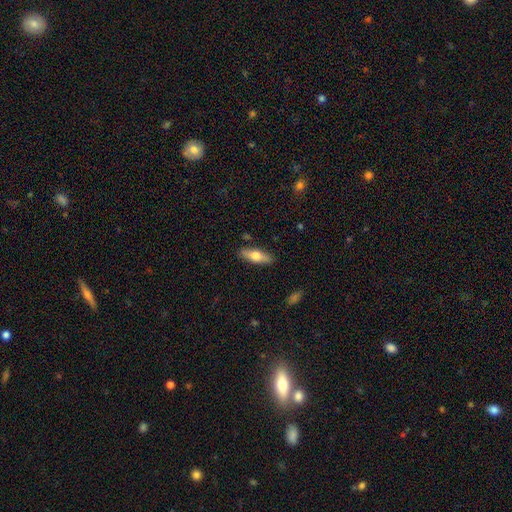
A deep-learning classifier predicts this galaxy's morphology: type=smooth (58%); roundness=in between (52%); merging=none (87%).